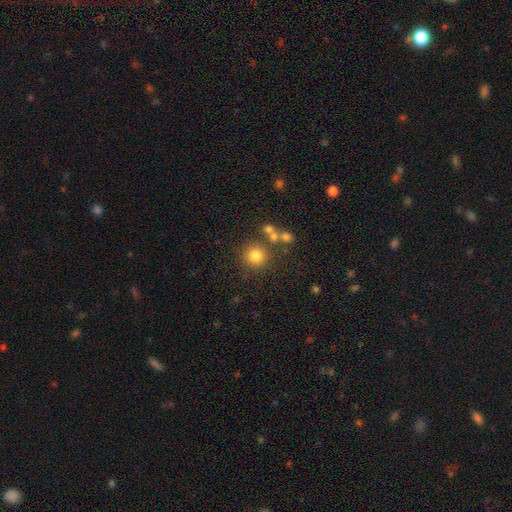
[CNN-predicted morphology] Overall: smooth (78%). How rounded: round (93%). Merging: none (75%).